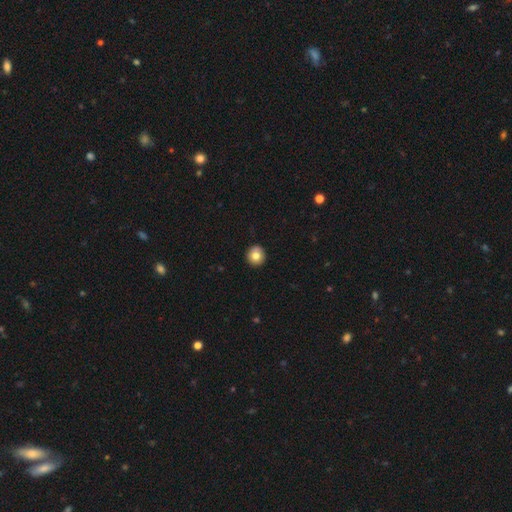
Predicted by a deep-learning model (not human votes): Smooth or featured?
  - smooth: 80% *
  - featured or disk: 11%
  - star or artifact: 9%
How rounded?
  - round: 94% *
  - in between: 5%
  - cigar-shaped: 1%
Merging?
  - none: 92% *
  - minor disturbance: 6%
  - major disturbance: 1%
  - merger: 1%